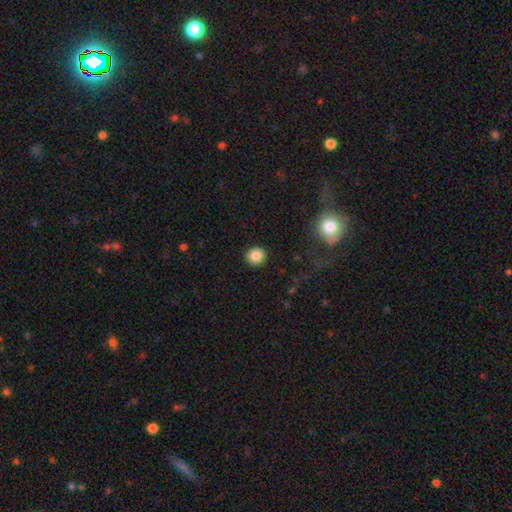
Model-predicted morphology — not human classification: Overall: smooth (87%). How rounded: round (90%). Merging: none (92%).